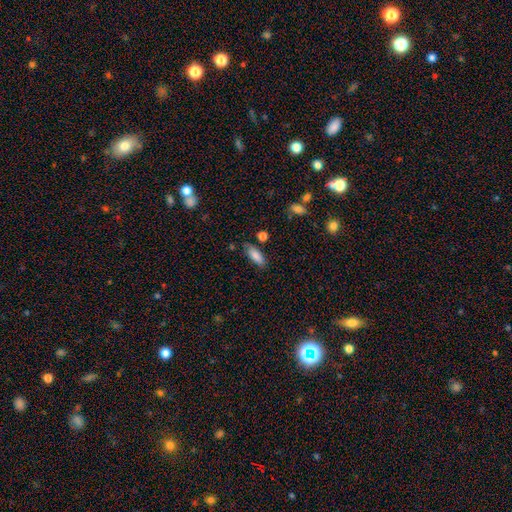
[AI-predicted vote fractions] Overall: smooth (84%). How rounded: in between (68%; cigar-shaped 30%). Merging: none (75%).